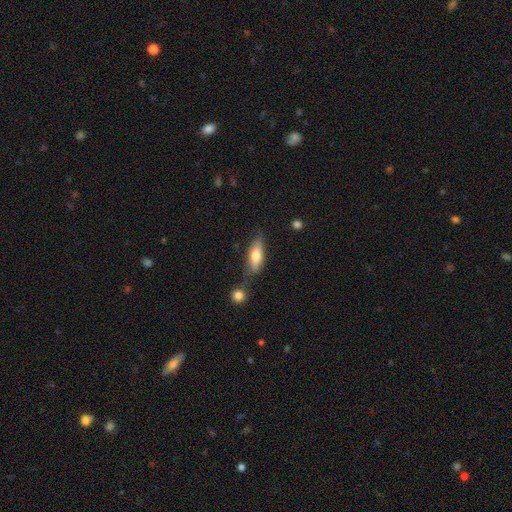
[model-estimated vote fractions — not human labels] A smooth galaxy with no disk features (70%) that is in between round and cigar-shaped (67%).

Vote fractions:
- Smooth or featured? smooth: 70% / featured or disk: 24% / star or artifact: 6%
- How rounded? in between: 67% / cigar-shaped: 31% / round: 3%
- Merging? none: 63% / minor disturbance: 21% / merger: 11% / major disturbance: 6%